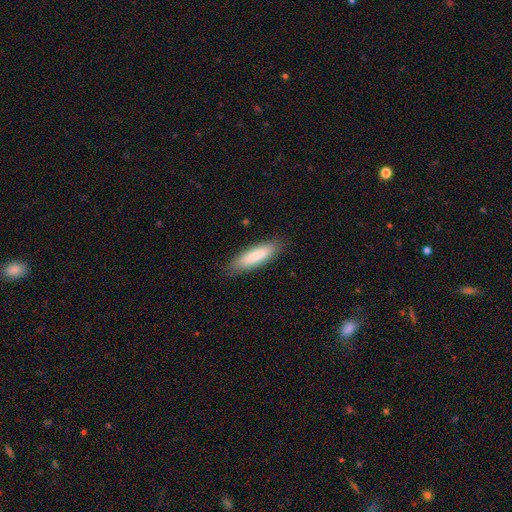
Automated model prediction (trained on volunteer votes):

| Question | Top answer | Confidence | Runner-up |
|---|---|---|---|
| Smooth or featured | smooth | 85% | featured or disk (10%) |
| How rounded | cigar-shaped | 60% | in between (39%) |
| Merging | none | 86% | minor disturbance (11%) |